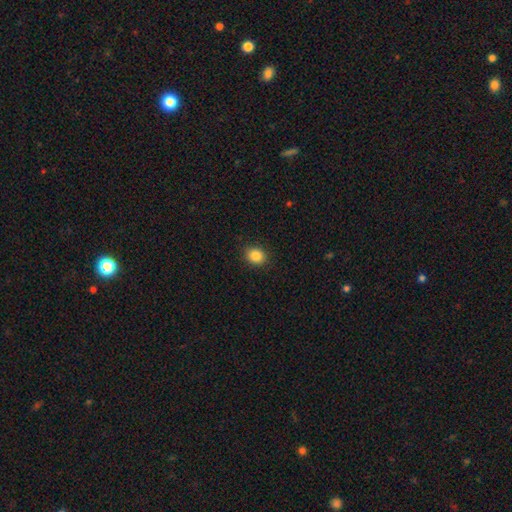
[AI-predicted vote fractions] Morphology: type=smooth (86%); roundness=round (64%); merging=none (90%).